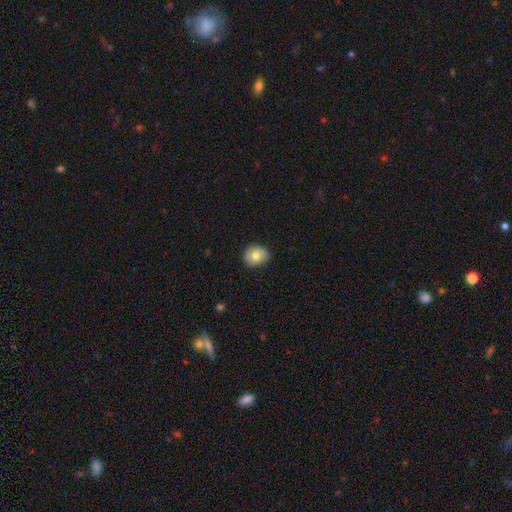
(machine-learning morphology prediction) Smooth or featured?
  - smooth: 74% *
  - featured or disk: 18%
  - star or artifact: 8%
How rounded?
  - round: 69% *
  - in between: 30%
  - cigar-shaped: 1%
Merging?
  - none: 82% *
  - minor disturbance: 14%
  - major disturbance: 3%
  - merger: 1%